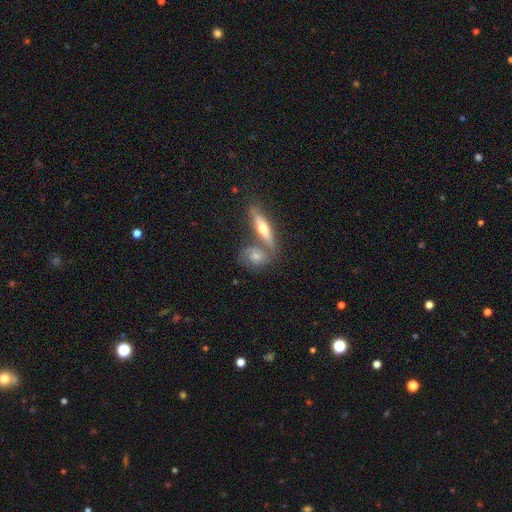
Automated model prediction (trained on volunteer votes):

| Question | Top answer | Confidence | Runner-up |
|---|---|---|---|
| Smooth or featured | featured or disk | 55% | smooth (38%) |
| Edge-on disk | no | 62% | yes (38%) |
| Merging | none | 50% | merger (32%) |